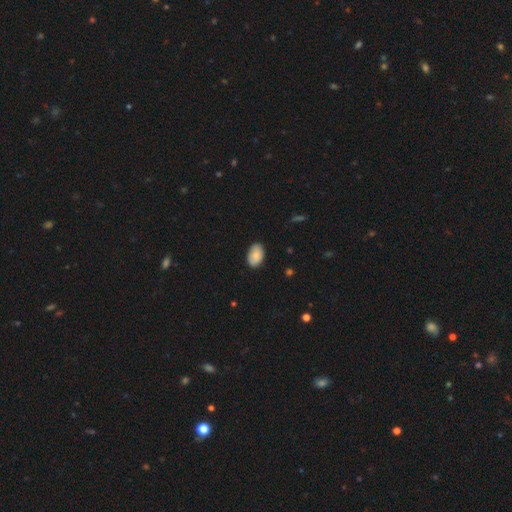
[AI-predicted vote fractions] Q: Smooth or featured?
A: smooth (85%); runner-up: featured or disk (8%)
Q: How rounded?
A: in between (90%); runner-up: round (9%)
Q: Merging?
A: none (85%); runner-up: minor disturbance (12%)